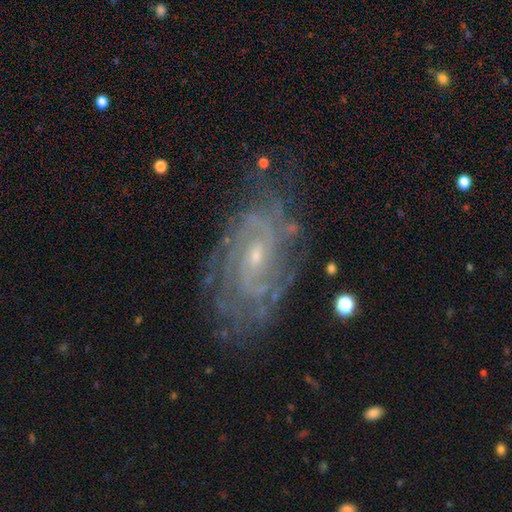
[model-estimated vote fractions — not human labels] This appears to be a featured or disk galaxy (85%) with no bar (56%), tight (64%) spiral arms (95%) and a small central bulge (72%). Merging: none (75%).